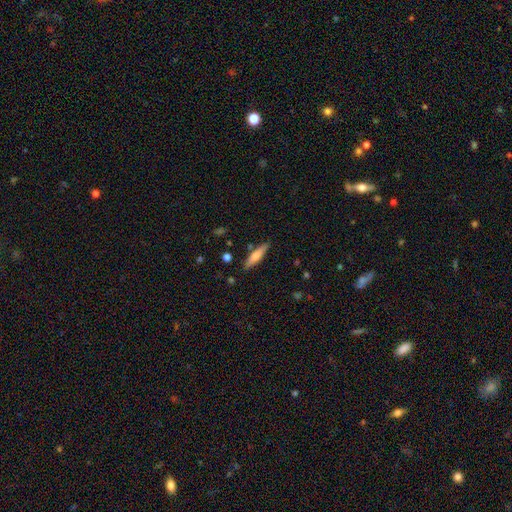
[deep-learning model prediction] Q: Smooth or featured?
A: smooth (62%); runner-up: featured or disk (32%)
Q: How rounded?
A: cigar-shaped (80%); runner-up: in between (18%)
Q: Merging?
A: none (85%); runner-up: minor disturbance (10%)